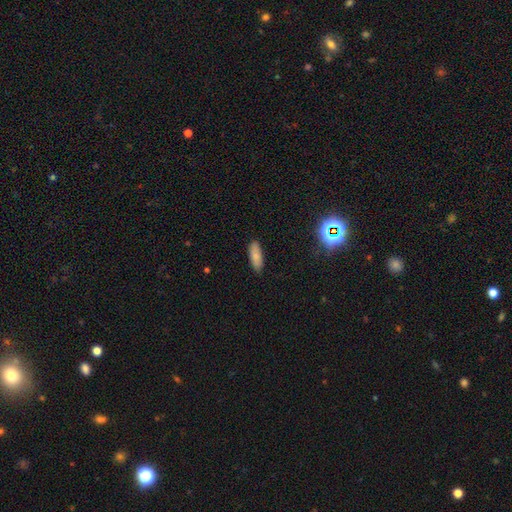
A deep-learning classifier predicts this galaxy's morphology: Smooth or featured: smooth — 80% (featured or disk — 12%)
How rounded: in between — 70% (cigar-shaped — 28%)
Merging: none — 87% (minor disturbance — 10%)